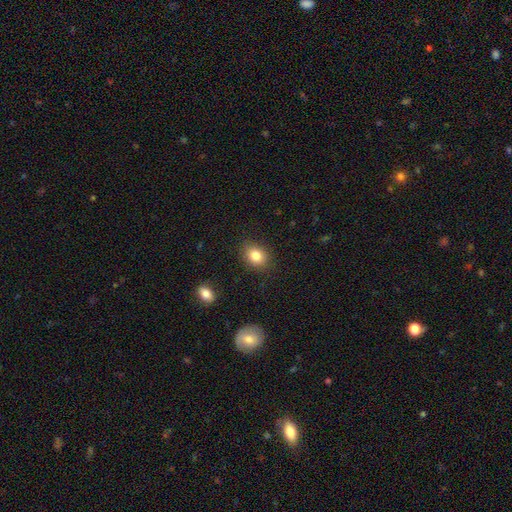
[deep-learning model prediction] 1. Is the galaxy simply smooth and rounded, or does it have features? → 82% smooth, 10% star or artifact, 8% featured or disk.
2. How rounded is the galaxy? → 50% round, 49% in between, 1% cigar-shaped.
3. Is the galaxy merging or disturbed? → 87% none, 10% minor disturbance, 3% major disturbance, 1% merger.